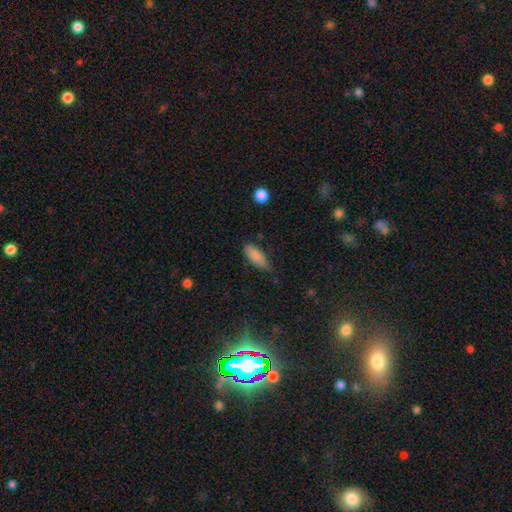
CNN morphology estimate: Smooth or featured? smooth (85%)
How rounded? in between (72%)
Merging? none (67%)